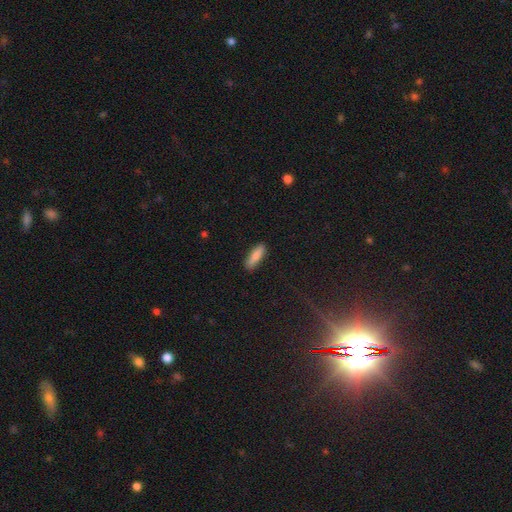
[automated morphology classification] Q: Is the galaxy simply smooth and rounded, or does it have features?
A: smooth — 85%.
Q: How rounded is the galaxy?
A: cigar-shaped — 59%.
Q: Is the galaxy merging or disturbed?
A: none — 87%.